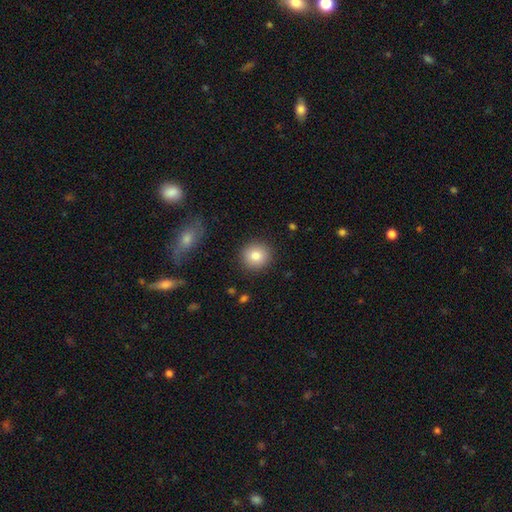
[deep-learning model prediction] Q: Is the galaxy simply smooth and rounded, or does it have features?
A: smooth — 84%.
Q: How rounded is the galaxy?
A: round — 89%.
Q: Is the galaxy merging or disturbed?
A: none — 89%.